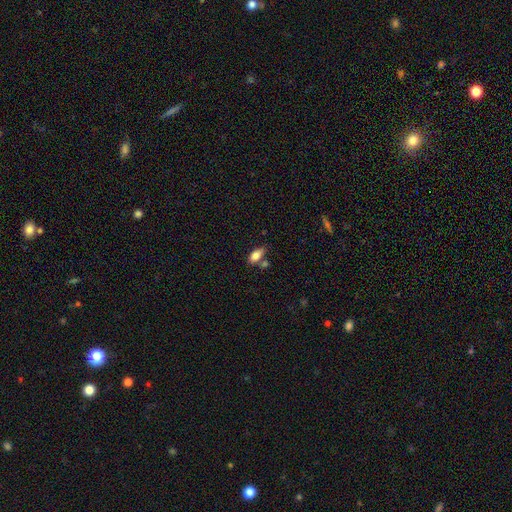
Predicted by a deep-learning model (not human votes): smooth_or_featured: smooth (p=0.80) [alt: featured or disk p=0.12]
how_rounded: in between (p=0.86) [alt: cigar-shaped p=0.11]
merging: none (p=0.58) [alt: minor disturbance p=0.19]